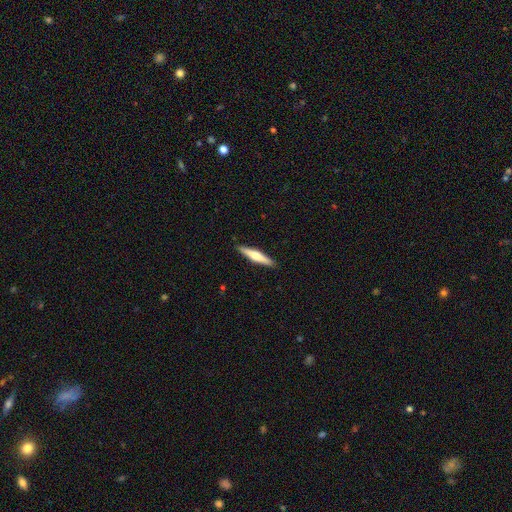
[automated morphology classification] This appears to be a featured or disk galaxy (51%) viewed edge-on (96%). Merging: none (91%).